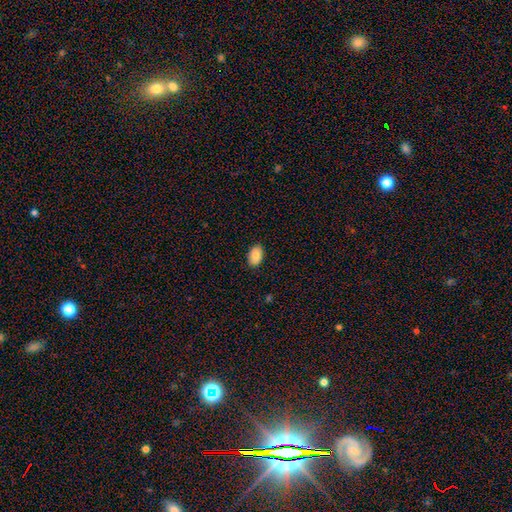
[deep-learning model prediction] smooth_or_featured: smooth (p=0.84) [alt: featured or disk p=0.09]
how_rounded: in between (p=0.90) [alt: round p=0.08]
merging: none (p=0.88) [alt: minor disturbance p=0.09]